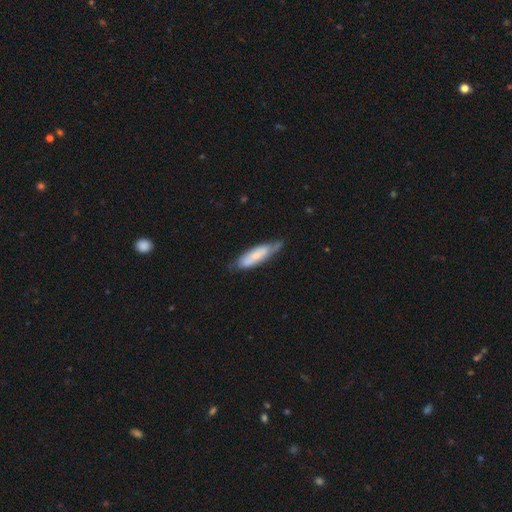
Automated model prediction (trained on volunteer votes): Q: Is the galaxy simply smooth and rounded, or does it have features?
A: smooth — 51%.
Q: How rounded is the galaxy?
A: cigar-shaped — 56%.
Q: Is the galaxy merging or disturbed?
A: none — 60%.